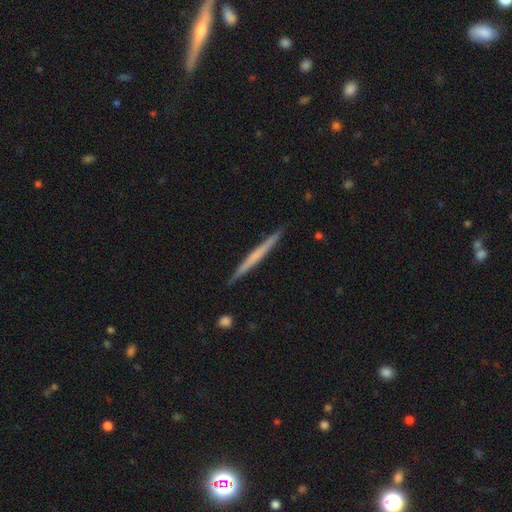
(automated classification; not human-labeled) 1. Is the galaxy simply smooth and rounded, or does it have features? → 50% featured or disk, 45% smooth, 5% star or artifact.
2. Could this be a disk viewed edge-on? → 98% yes, 2% no.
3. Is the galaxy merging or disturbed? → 91% none, 6% minor disturbance, 1% major disturbance, 1% merger.